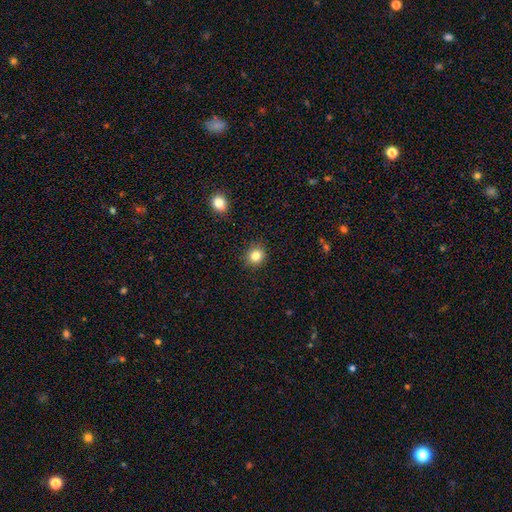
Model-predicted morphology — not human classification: Q: Smooth or featured?
A: smooth (83%); runner-up: star or artifact (12%)
Q: How rounded?
A: round (86%); runner-up: in between (13%)
Q: Merging?
A: none (90%); runner-up: minor disturbance (7%)